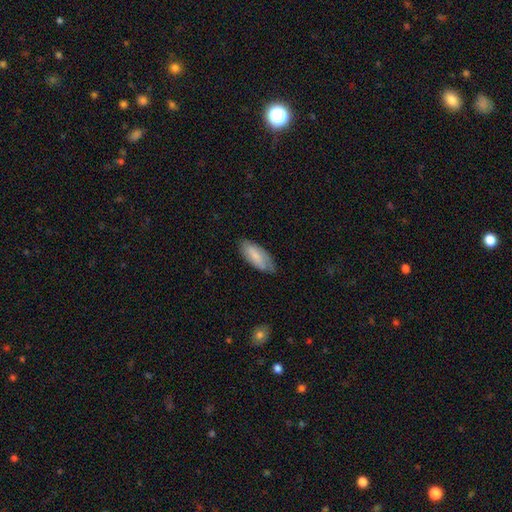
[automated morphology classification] Smooth or featured?
  - smooth: 70% *
  - featured or disk: 24%
  - star or artifact: 6%
How rounded?
  - in between: 82% *
  - cigar-shaped: 16%
  - round: 2%
Merging?
  - none: 68% *
  - minor disturbance: 25%
  - major disturbance: 5%
  - merger: 1%